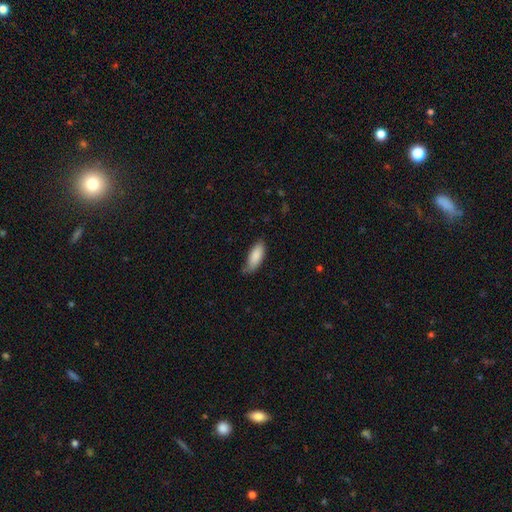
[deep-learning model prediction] The model was most divided on "merging": none: 67%, minor disturbance: 27%, major disturbance: 4%, merger: 2%. More confident: smooth or featured — smooth (88%); how rounded — in between (77%).